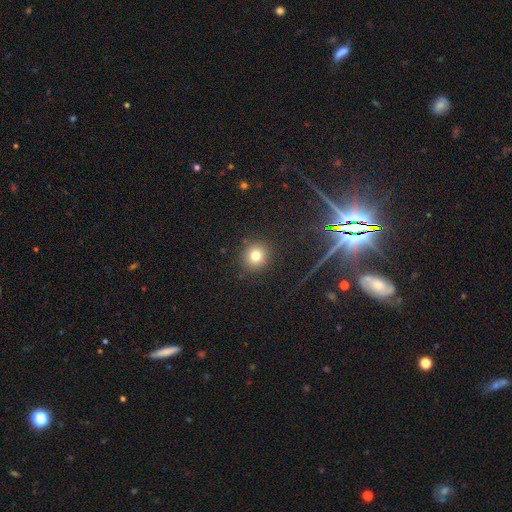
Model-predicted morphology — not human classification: Overall: smooth (76%). How rounded: round (91%). Merging: none (89%).